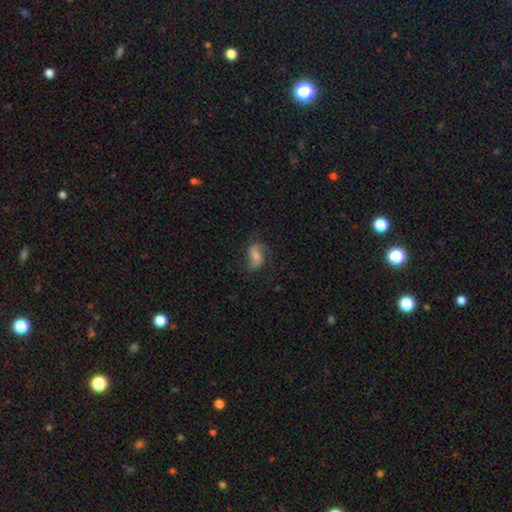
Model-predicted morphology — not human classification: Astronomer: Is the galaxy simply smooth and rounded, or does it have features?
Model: featured or disk — 61%.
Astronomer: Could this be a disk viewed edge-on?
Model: no — 97%.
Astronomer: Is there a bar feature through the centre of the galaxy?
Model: no — 47% (runner-up: weak, 38%).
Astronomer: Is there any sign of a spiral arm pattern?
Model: yes — 91%.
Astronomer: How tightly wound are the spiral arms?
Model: loose — 56% (runner-up: medium, 34%).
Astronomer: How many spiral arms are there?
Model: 2 — 84%.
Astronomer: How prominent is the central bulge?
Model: small — 44% (runner-up: moderate, 37%).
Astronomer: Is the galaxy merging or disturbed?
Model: none — 63%.